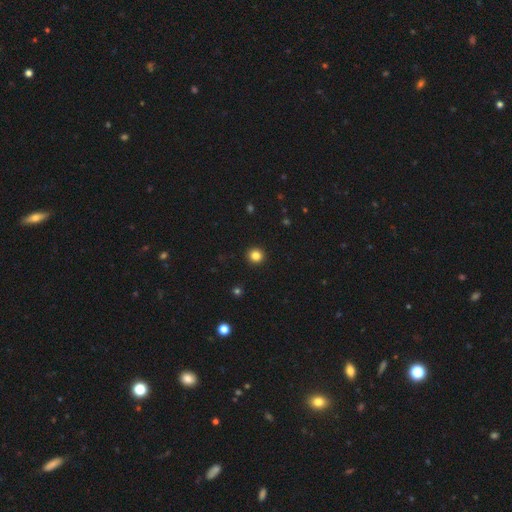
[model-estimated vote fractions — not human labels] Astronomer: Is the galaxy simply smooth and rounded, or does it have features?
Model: smooth — 83%.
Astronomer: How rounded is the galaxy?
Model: round — 94%.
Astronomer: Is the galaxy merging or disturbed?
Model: none — 93%.